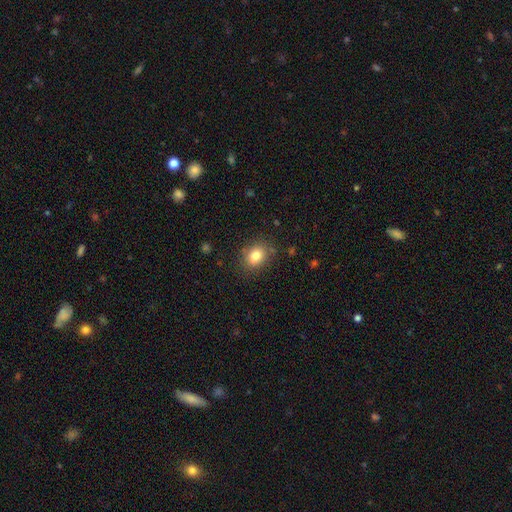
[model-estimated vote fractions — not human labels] Q: Smooth or featured?
A: smooth (81%); runner-up: star or artifact (11%)
Q: How rounded?
A: in between (50%); runner-up: round (49%)
Q: Merging?
A: none (82%); runner-up: minor disturbance (12%)